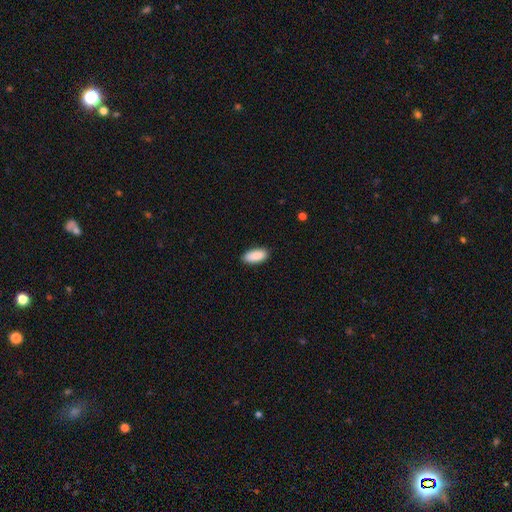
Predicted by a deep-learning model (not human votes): Q: Smooth or featured?
A: smooth (90%); runner-up: star or artifact (6%)
Q: How rounded?
A: in between (88%); runner-up: cigar-shaped (10%)
Q: Merging?
A: none (87%); runner-up: minor disturbance (10%)